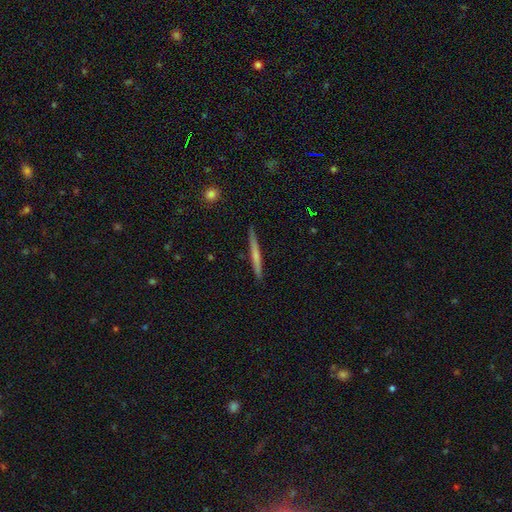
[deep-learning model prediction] smooth-or-featured: smooth: 52% | featured or disk: 42% | star or artifact: 6%
  how-rounded: cigar-shaped: 97% | in between: 2% | round: 1%
  merging: none: 89% | minor disturbance: 8% | major disturbance: 1% | merger: 1%